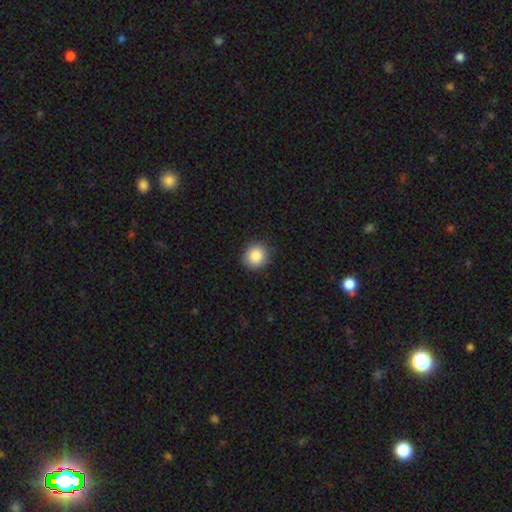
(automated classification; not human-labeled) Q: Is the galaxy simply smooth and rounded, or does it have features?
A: smooth — 87%.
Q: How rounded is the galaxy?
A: round — 89%.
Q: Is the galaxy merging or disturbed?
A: none — 88%.